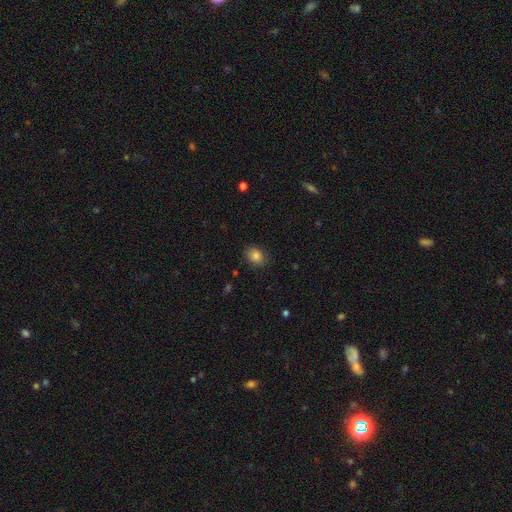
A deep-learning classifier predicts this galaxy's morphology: type=smooth (84%); roundness=in between (54%); merging=none (84%).